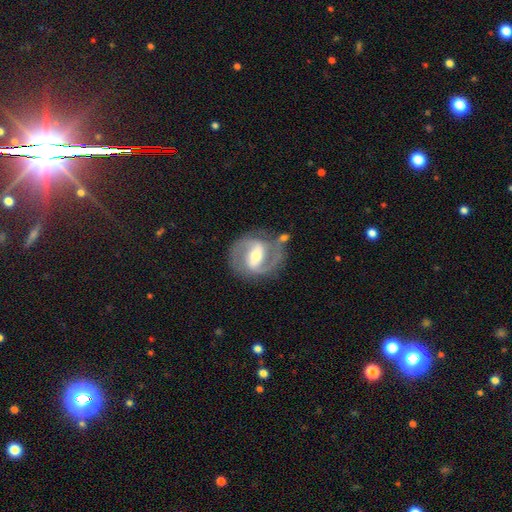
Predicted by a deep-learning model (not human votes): This is clearly a featured or disk galaxy (87%). It is clearly not viewed edge-on (97%). Bar: possibly strong (52%). Spiral arm pattern: clearly yes (94%). Spiral arm count: clearly 2 (91%). Spiral winding: possibly medium (56%). Central bulge: likely moderate (63%). Merging: likely none (74%).